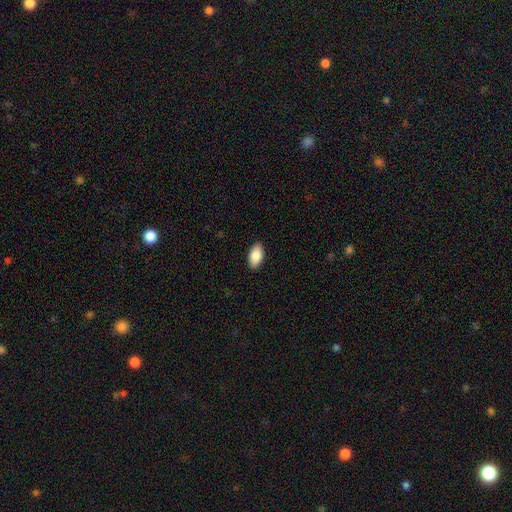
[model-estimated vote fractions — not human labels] Morphology: type=smooth (87%); roundness=in between (94%); merging=none (89%).